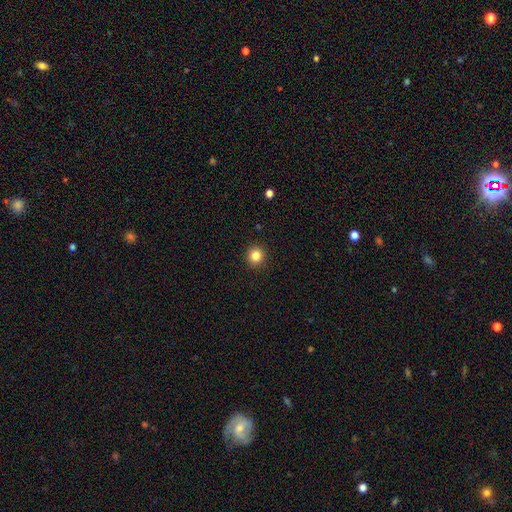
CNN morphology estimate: smooth 84%, star or artifact 11%, featured or disk 5%. Down the decision tree: how rounded — round (90%); merging — none (92%).